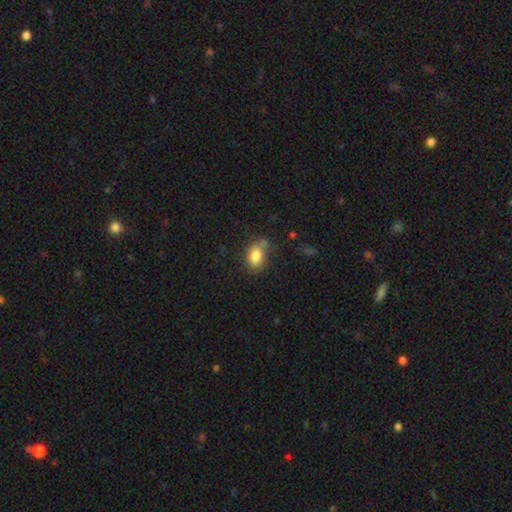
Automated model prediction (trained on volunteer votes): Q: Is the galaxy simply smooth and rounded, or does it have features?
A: smooth — 83%.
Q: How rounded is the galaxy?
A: in between — 74%.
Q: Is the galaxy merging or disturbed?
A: none — 63%.